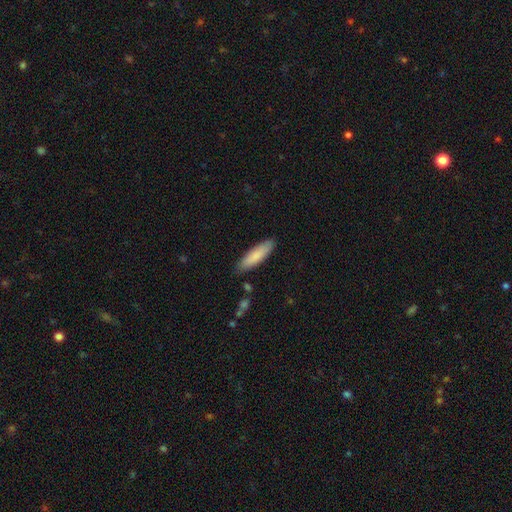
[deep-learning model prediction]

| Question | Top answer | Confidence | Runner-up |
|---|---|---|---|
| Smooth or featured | smooth | 85% | featured or disk (10%) |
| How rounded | cigar-shaped | 61% | in between (38%) |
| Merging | none | 85% | minor disturbance (11%) |